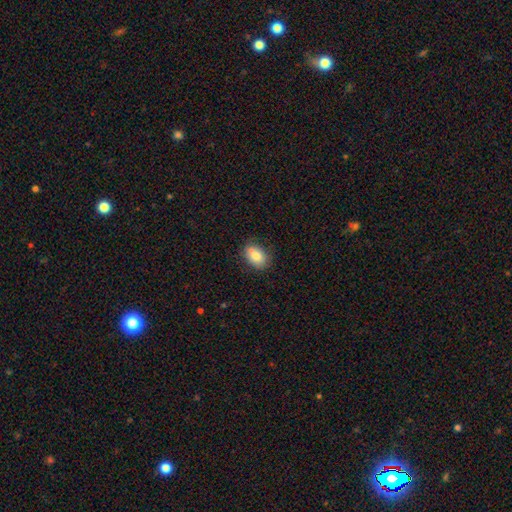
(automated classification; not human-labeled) Overall: smooth (81%). How rounded: in between (77%). Merging: none (69%).